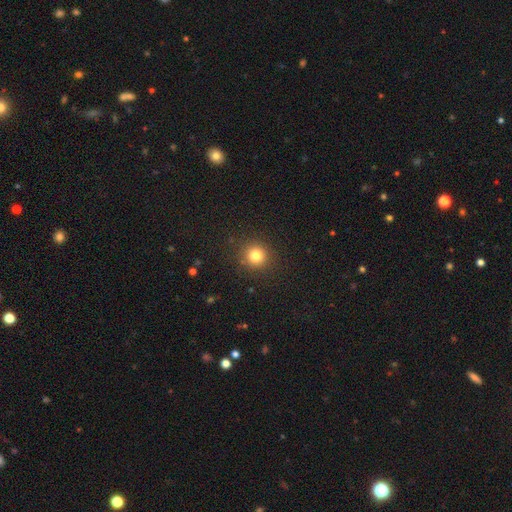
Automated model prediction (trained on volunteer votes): A smooth galaxy with no disk features (80%) that is round (94%). Merging: none (90%).